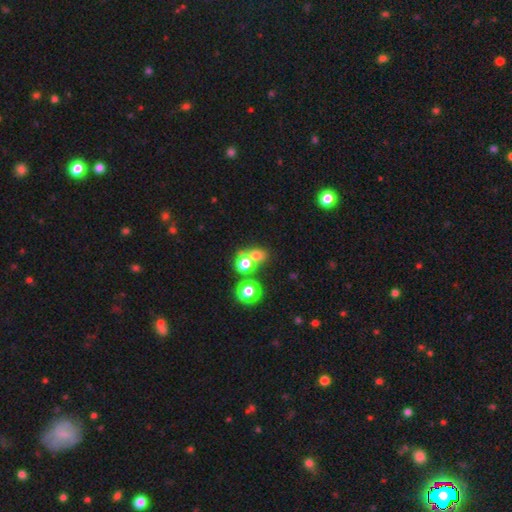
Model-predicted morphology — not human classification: smooth-or-featured: smooth: 67% | star or artifact: 23% | featured or disk: 10%
  how-rounded: round: 73% | in between: 25% | cigar-shaped: 1%
  merging: none: 49% | merger: 39% | minor disturbance: 8% | major disturbance: 4%